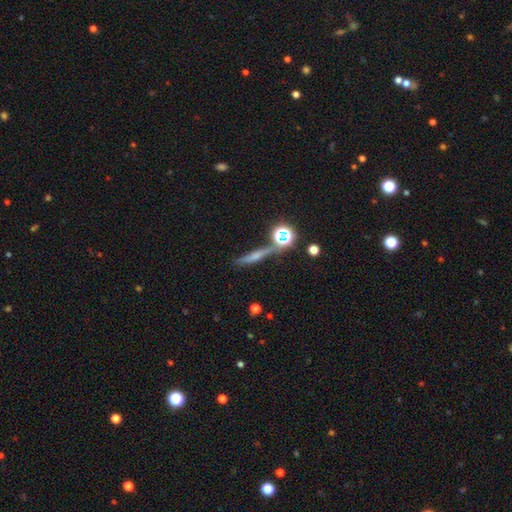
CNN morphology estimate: smooth_or_featured: smooth (p=0.43) [alt: featured or disk p=0.39]
merging: none (p=0.71) [alt: minor disturbance p=0.13]